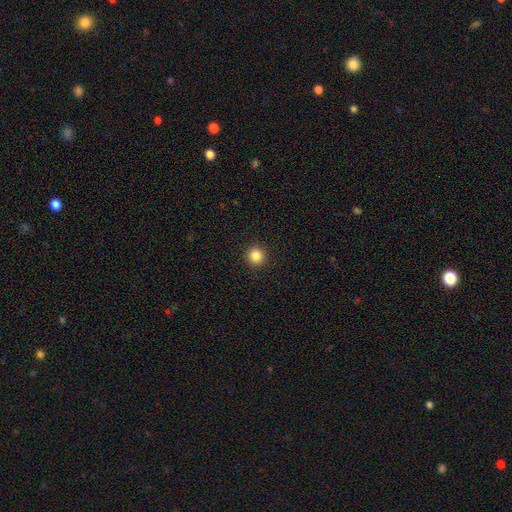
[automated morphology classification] smooth-or-featured: smooth: 85% | star or artifact: 11% | featured or disk: 4%
  how-rounded: round: 93% | in between: 6% | cigar-shaped: 1%
  merging: none: 93% | minor disturbance: 4% | major disturbance: 2% | merger: 1%